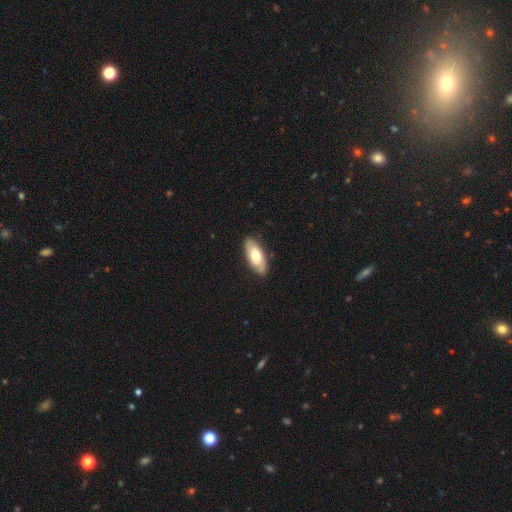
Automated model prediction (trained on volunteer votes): A smooth galaxy with no disk features (65%) that is in between round and cigar-shaped (85%). Merging: none (86%).